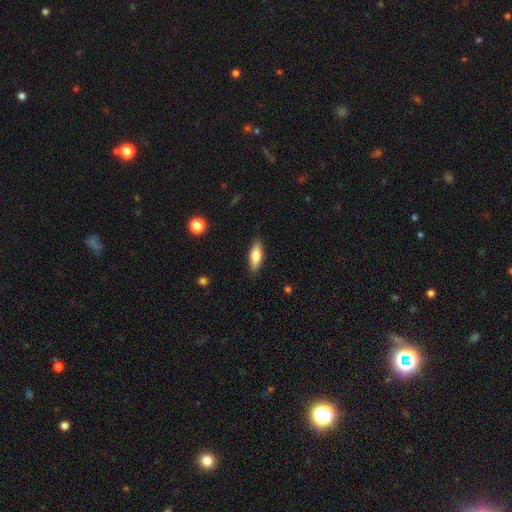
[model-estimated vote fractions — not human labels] Smooth or featured?
  - smooth: 78% *
  - featured or disk: 15%
  - star or artifact: 6%
How rounded?
  - in between: 66% *
  - cigar-shaped: 31%
  - round: 2%
Merging?
  - none: 86% *
  - minor disturbance: 10%
  - major disturbance: 2%
  - merger: 1%